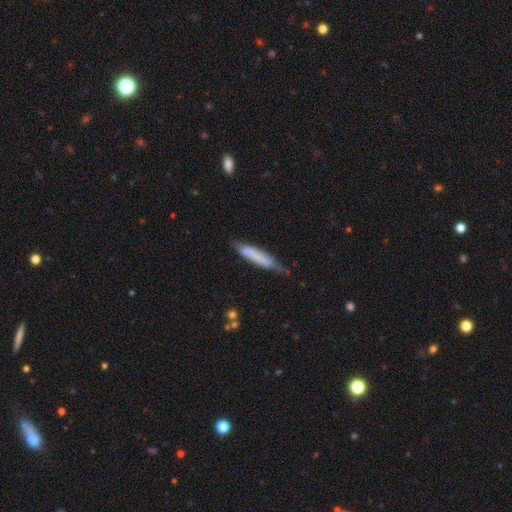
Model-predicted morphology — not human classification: Smooth or featured? smooth (71%)
How rounded? cigar-shaped (89%)
Merging? none (61%)